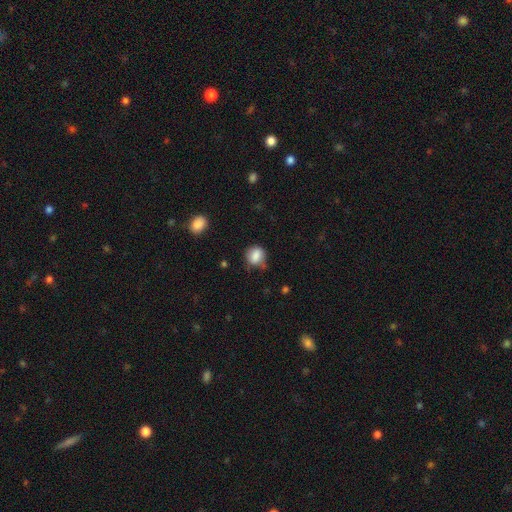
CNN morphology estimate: smooth-or-featured: smooth: 83% | star or artifact: 9% | featured or disk: 7%
  how-rounded: round: 63% | in between: 36% | cigar-shaped: 1%
  merging: none: 65% | minor disturbance: 25% | major disturbance: 7% | merger: 4%